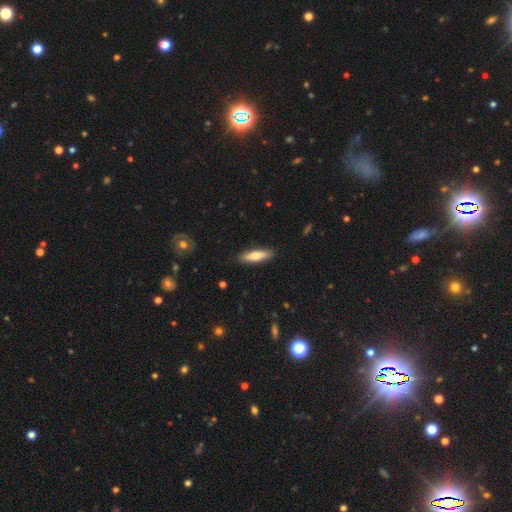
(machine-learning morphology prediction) Smooth or featured?
  - smooth: 66% *
  - featured or disk: 28%
  - star or artifact: 6%
How rounded?
  - cigar-shaped: 63% *
  - in between: 35%
  - round: 2%
Merging?
  - none: 88% *
  - minor disturbance: 9%
  - major disturbance: 2%
  - merger: 1%